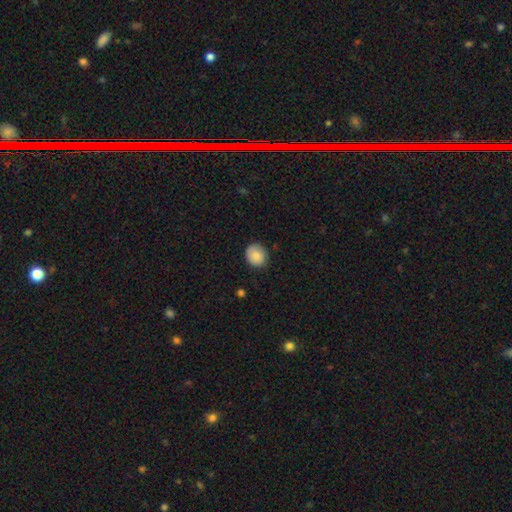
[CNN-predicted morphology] smooth_or_featured: smooth (p=0.84) [alt: featured or disk p=0.08]
how_rounded: round (p=0.74) [alt: in between p=0.25]
merging: none (p=0.81) [alt: minor disturbance p=0.15]